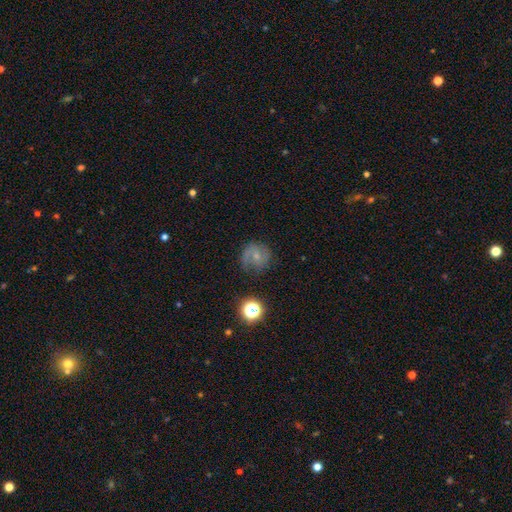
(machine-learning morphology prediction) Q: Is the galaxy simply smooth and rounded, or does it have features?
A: featured or disk — 50%.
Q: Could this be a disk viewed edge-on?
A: no — 97%.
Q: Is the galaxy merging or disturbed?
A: none — 65%.